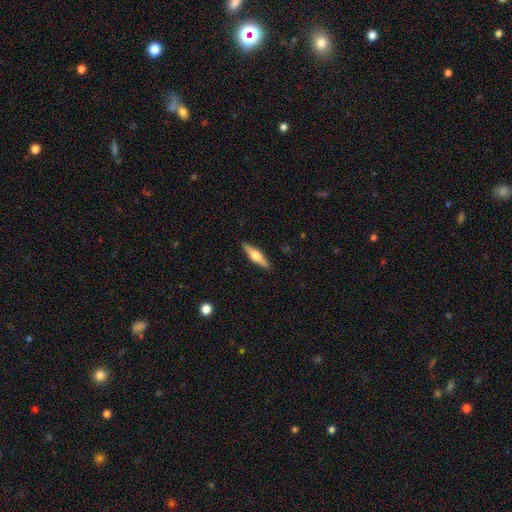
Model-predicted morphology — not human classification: Smooth or featured? Predicted: featured or disk (p=0.56). Edge-on disk? Predicted: yes (p=0.96). Edge-on bulge? Predicted: rounded (p=0.94). Merging? Predicted: none (p=0.91).